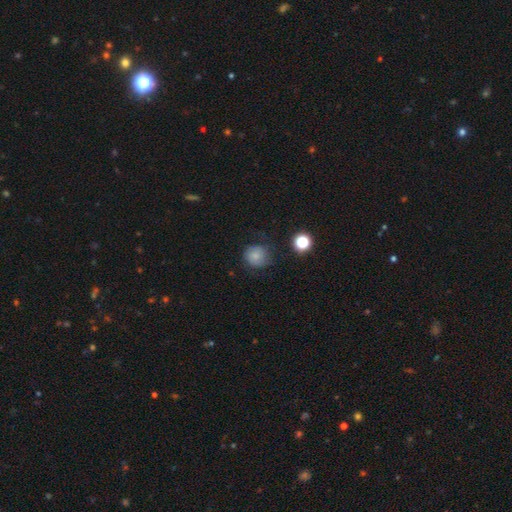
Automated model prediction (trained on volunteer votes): This appears to be a smooth galaxy with no disk features (73%) that is round (86%). Merging: none (65%).